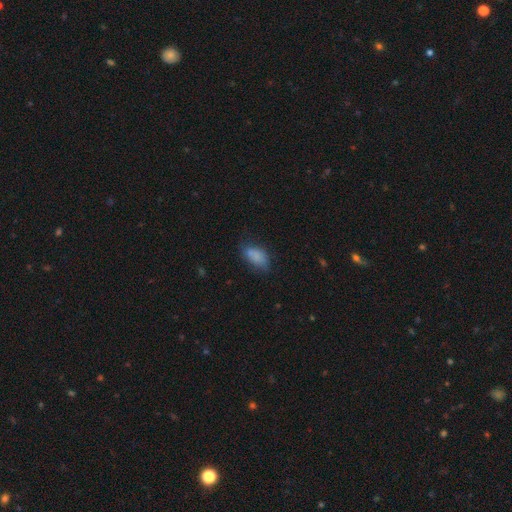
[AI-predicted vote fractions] smooth_or_featured: smooth (p=0.79) [alt: featured or disk p=0.12]
how_rounded: in between (p=0.90) [alt: round p=0.07]
merging: none (p=0.53) [alt: minor disturbance p=0.29]